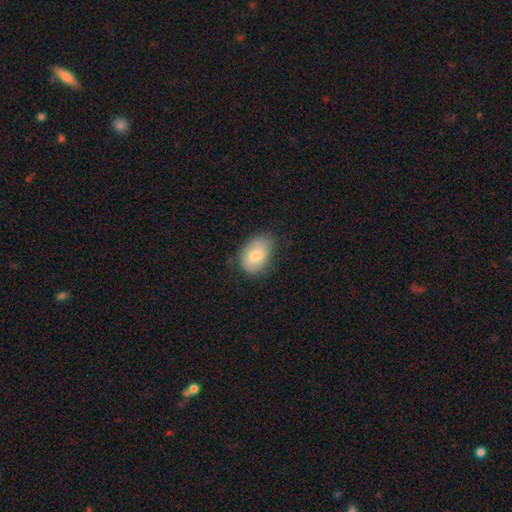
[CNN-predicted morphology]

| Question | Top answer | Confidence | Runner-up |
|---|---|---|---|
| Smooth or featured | smooth | 75% | featured or disk (18%) |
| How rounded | in between | 84% | round (15%) |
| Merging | none | 61% | minor disturbance (31%) |